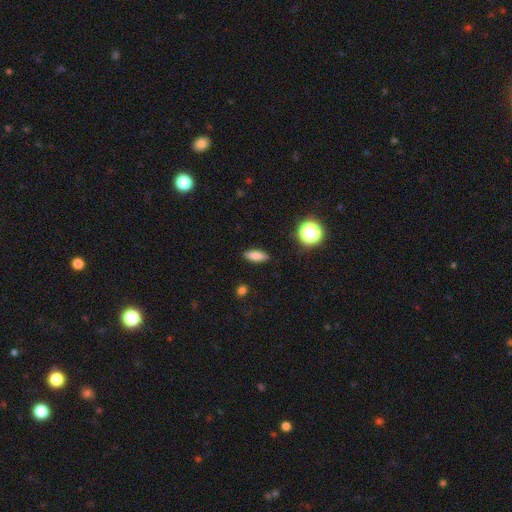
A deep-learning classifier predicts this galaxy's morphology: smooth-or-featured: smooth: 79% | featured or disk: 11% | star or artifact: 10%
  how-rounded: in between: 67% | cigar-shaped: 28% | round: 5%
  merging: none: 87% | minor disturbance: 9% | major disturbance: 2% | merger: 1%